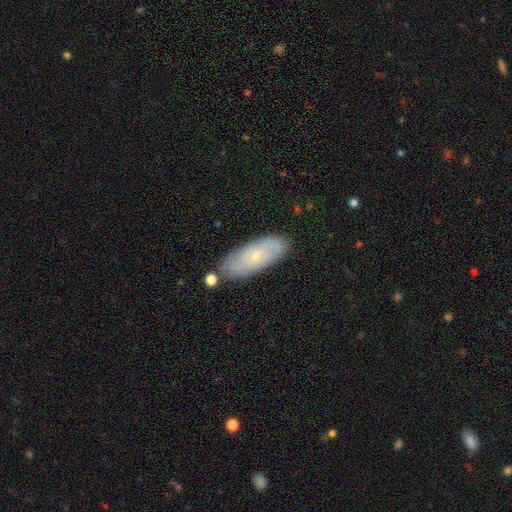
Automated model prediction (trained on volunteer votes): This is possibly a featured or disk galaxy (47%). Merging: likely none (77%).